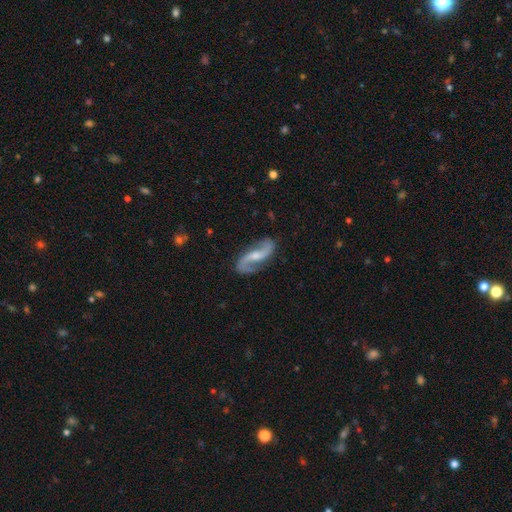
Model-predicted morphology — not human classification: The model was most divided on "bar": weak: 42%, no: 38%, strong: 20%. Remaining: spiral arms — yes (97%); edge-on disk — no (96%); spiral arm count — 2 (93%); smooth or featured — featured or disk (89%); merging — none (81%); spiral winding — loose (62%); bulge size — small (47%).